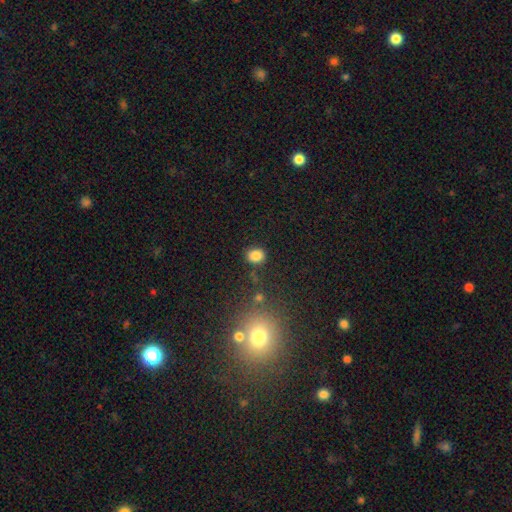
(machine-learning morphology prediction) Smooth or featured?
  - smooth: 83% *
  - star or artifact: 12%
  - featured or disk: 5%
How rounded?
  - round: 60% *
  - in between: 39%
  - cigar-shaped: 1%
Merging?
  - none: 81% *
  - minor disturbance: 12%
  - merger: 4%
  - major disturbance: 3%